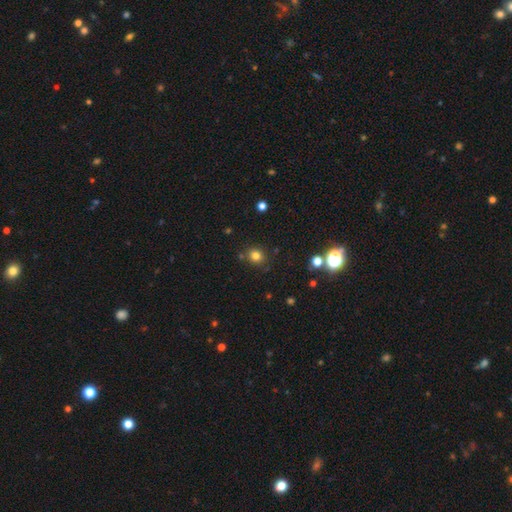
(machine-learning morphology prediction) Smooth or featured?
  - smooth: 77% *
  - star or artifact: 16%
  - featured or disk: 7%
How rounded?
  - round: 81% *
  - in between: 18%
  - cigar-shaped: 1%
Merging?
  - none: 81% *
  - minor disturbance: 10%
  - merger: 6%
  - major disturbance: 3%